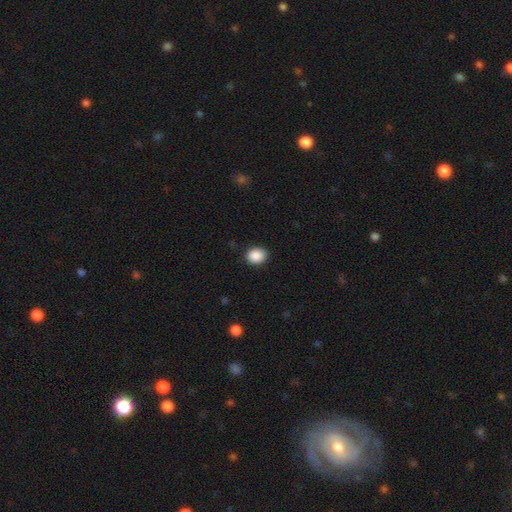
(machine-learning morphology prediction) Smooth or featured? smooth (89%)
How rounded? round (56%)
Merging? none (87%)